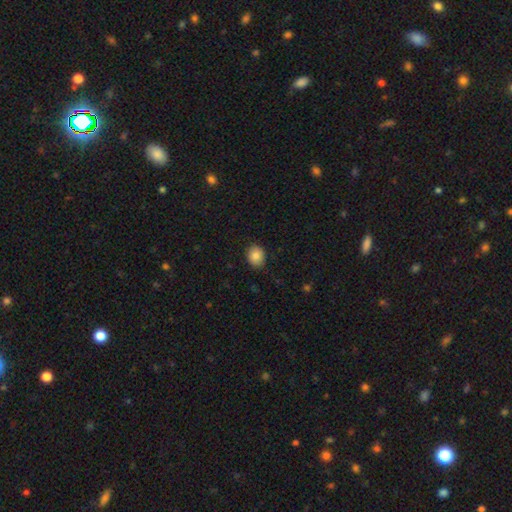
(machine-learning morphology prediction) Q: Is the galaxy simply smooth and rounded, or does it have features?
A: smooth — 84%.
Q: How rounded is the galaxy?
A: round — 54%.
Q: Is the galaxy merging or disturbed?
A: none — 88%.